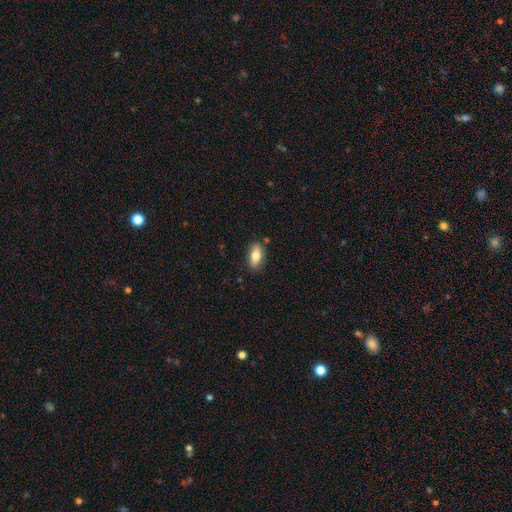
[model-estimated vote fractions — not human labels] This appears to be a smooth galaxy with no disk features (73%) that is in between round and cigar-shaped (85%). Merging: none (82%).